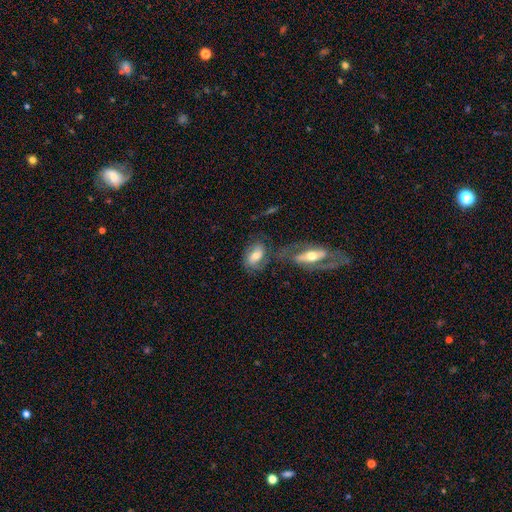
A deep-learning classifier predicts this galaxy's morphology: Q: Smooth or featured?
A: smooth (50%); runner-up: featured or disk (42%)
Q: Merging?
A: none (40%); runner-up: merger (32%)